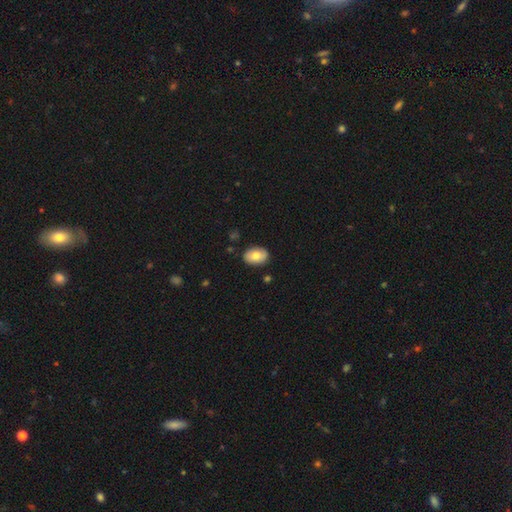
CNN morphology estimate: The model was most divided on "smooth or featured": smooth: 74%, featured or disk: 19%, star or artifact: 7%. More confident: merging — none (86%); how rounded — in between (83%).